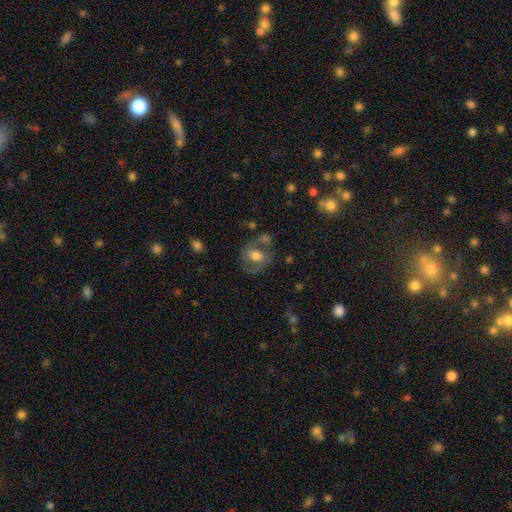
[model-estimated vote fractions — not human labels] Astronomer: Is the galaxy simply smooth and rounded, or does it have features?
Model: featured or disk — 52% (runner-up: smooth, 38%).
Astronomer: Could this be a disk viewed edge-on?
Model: no — 96%.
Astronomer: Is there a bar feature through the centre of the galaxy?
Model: no — 58%.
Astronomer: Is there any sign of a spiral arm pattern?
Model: yes — 65%.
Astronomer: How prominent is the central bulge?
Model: moderate — 54% (runner-up: large, 30%).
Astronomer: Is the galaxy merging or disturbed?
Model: none — 59%.